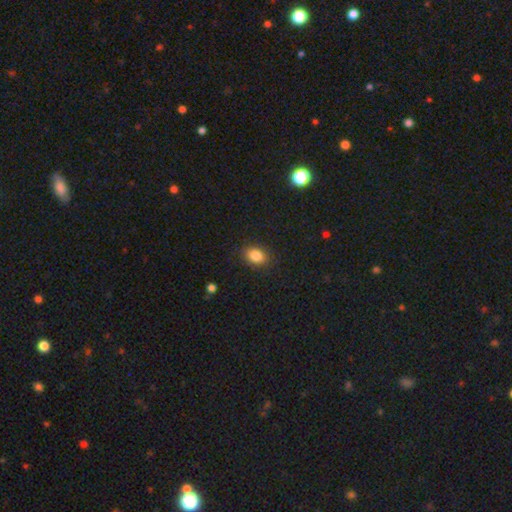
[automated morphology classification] Overall: smooth (85%). How rounded: in between (70%). Merging: none (86%).